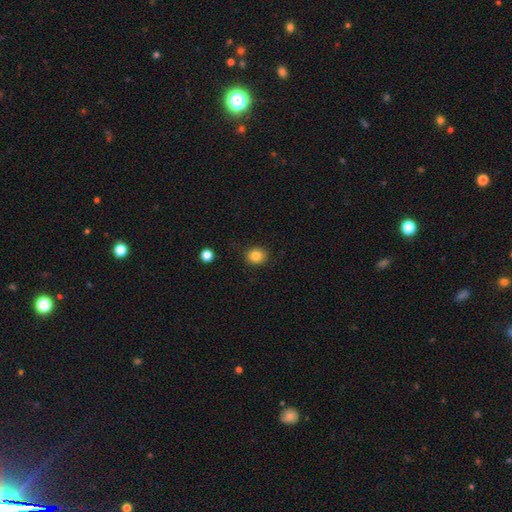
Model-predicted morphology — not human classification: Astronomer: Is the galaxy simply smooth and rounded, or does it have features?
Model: smooth — 83%.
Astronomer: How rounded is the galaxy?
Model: round — 73%.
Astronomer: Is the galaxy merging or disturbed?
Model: none — 87%.